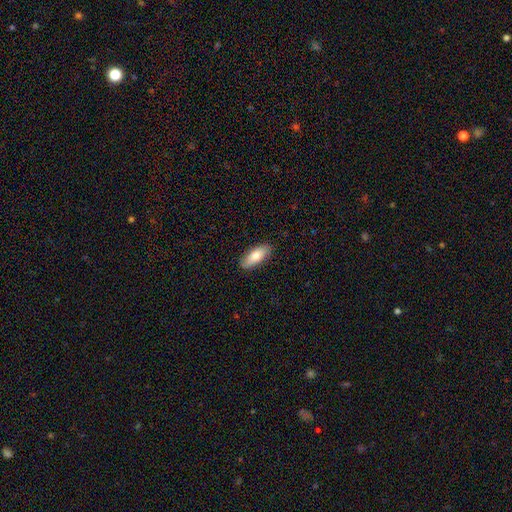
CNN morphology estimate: This is likely a smooth galaxy (79%). How rounded: likely in between (77%). Merging: clearly none (88%).